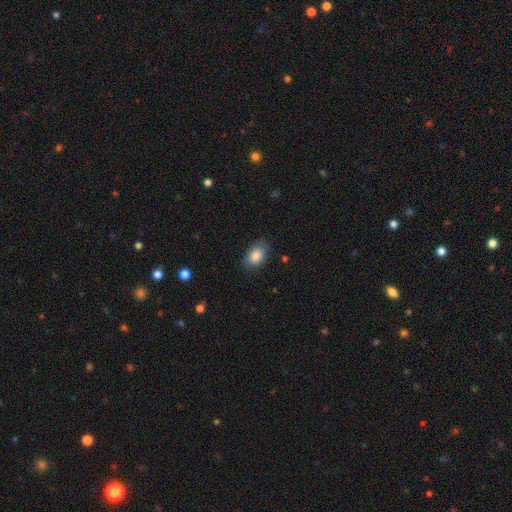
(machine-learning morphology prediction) Smooth or featured? smooth (85%)
How rounded? in between (86%)
Merging? none (77%)